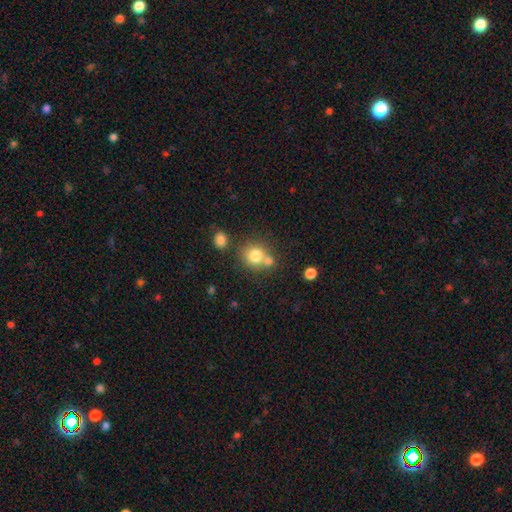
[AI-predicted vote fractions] Smooth or featured: smooth — 77% (star or artifact — 12%)
How rounded: round — 83% (in between — 16%)
Merging: none — 56% (merger — 31%)